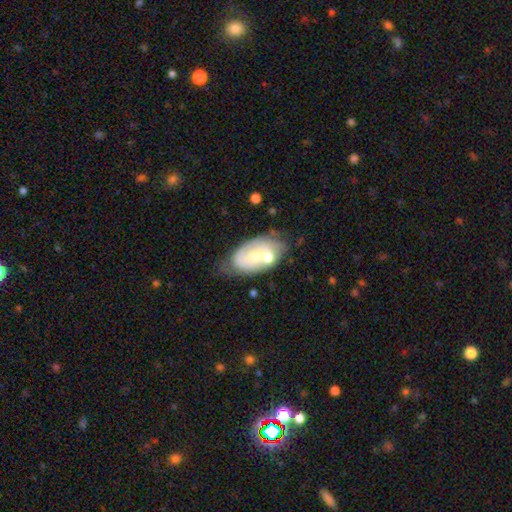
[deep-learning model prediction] Q: Smooth or featured?
A: featured or disk (54%); runner-up: smooth (39%)
Q: Edge-on disk?
A: no (94%); runner-up: yes (6%)
Q: Bar?
A: no (75%); runner-up: weak (20%)
Q: Spiral arms?
A: no (53%); runner-up: yes (47%)
Q: Bulge size?
A: moderate (58%); runner-up: small (35%)
Q: Merging?
A: none (40%); runner-up: merger (27%)